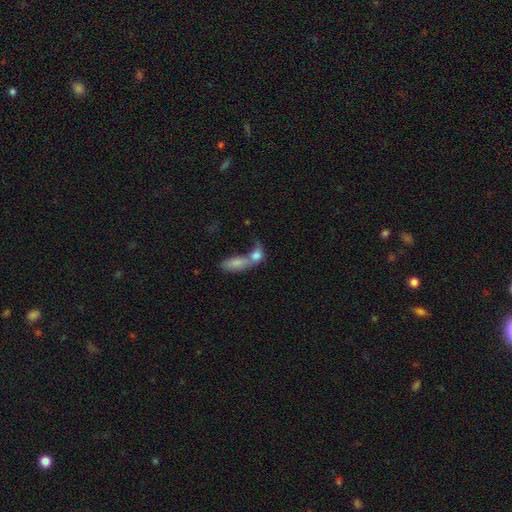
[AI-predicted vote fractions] Overall: smooth (76%). How rounded: in between (70%). Merging: merger (69%).